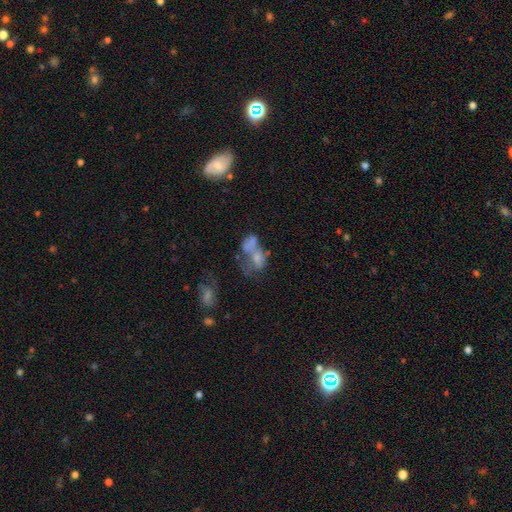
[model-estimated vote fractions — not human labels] smooth-or-featured: smooth: 42% | featured or disk: 39% | star or artifact: 18%
  merging: merger: 53% | major disturbance: 19% | none: 17% | minor disturbance: 11%